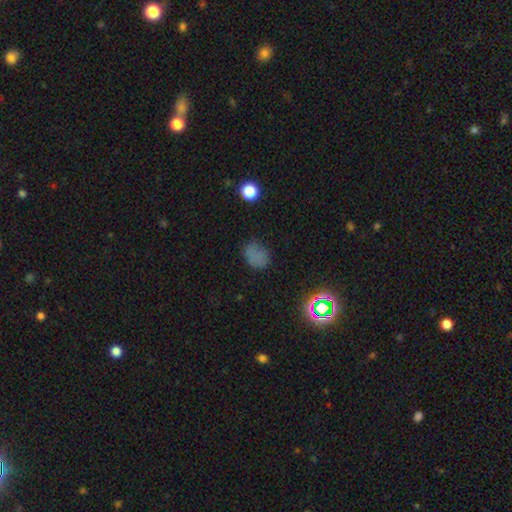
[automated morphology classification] Smooth or featured: smooth — 68% (star or artifact — 23%)
How rounded: in between — 60% (round — 38%)
Merging: none — 63% (minor disturbance — 24%)